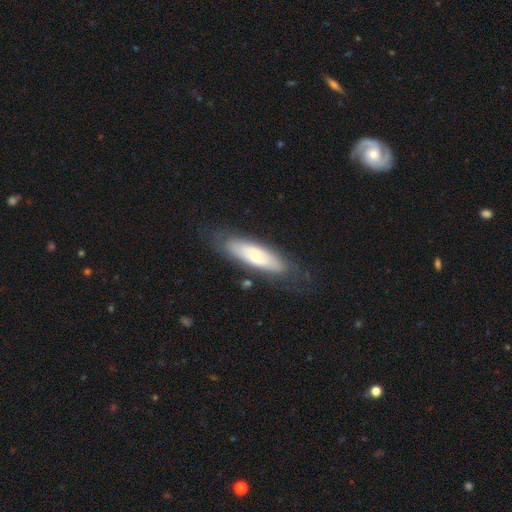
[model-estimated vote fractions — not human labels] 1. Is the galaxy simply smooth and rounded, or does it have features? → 47% smooth, 44% featured or disk, 8% star or artifact.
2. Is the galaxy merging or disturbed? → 76% none, 16% minor disturbance, 6% major disturbance, 2% merger.